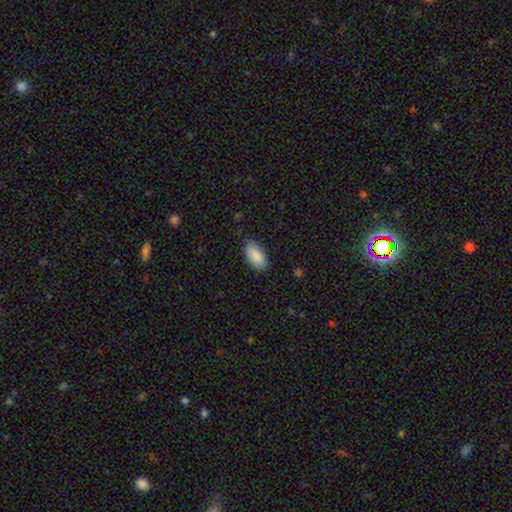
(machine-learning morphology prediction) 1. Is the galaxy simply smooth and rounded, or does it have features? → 90% smooth, 6% star or artifact, 4% featured or disk.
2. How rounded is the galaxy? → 93% in between, 5% cigar-shaped, 2% round.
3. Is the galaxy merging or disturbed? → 86% none, 11% minor disturbance, 2% major disturbance, 1% merger.